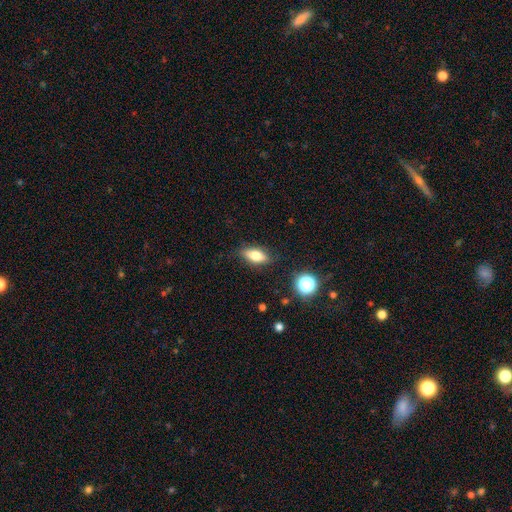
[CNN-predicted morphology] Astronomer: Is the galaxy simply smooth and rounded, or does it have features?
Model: smooth — 66%.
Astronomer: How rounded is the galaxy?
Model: in between — 72%.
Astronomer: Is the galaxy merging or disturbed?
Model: none — 85%.